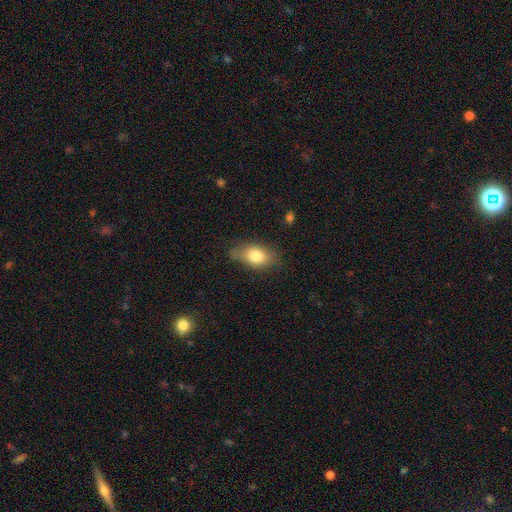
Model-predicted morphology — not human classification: Overall: smooth (78%). How rounded: in between (86%). Merging: none (67%).